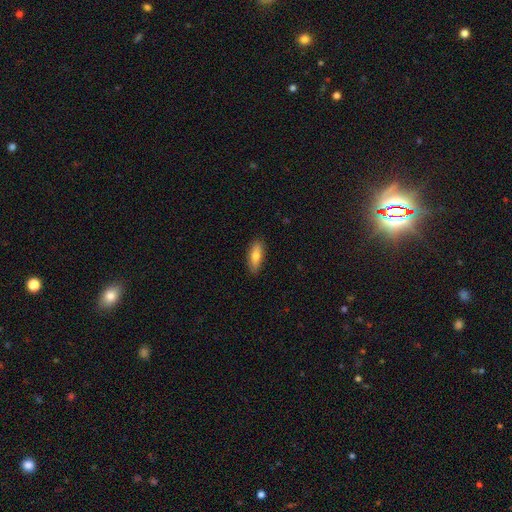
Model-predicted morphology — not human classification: Overall: smooth (74%). How rounded: in between (63%; cigar-shaped 35%). Merging: none (87%).